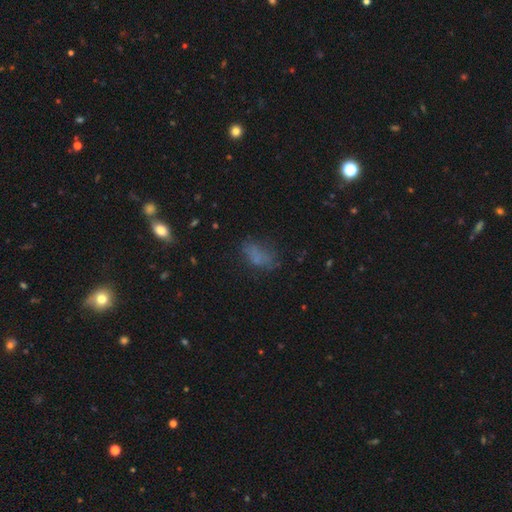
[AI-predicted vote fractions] Overall: smooth (63%). How rounded: in between (84%). Merging: none (53%; minor disturbance 24%).